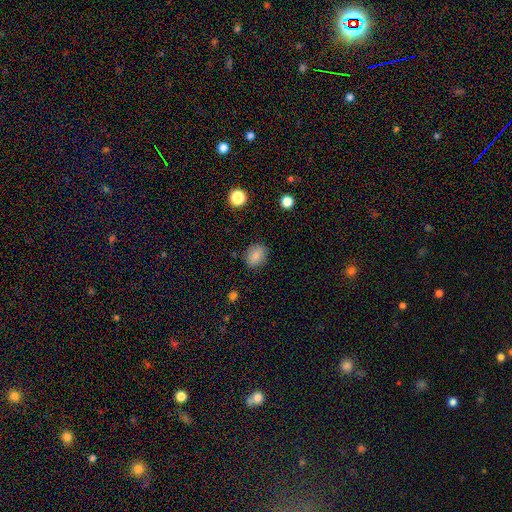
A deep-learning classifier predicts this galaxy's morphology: type=smooth (83%); roundness=in between (54%); merging=none (84%).